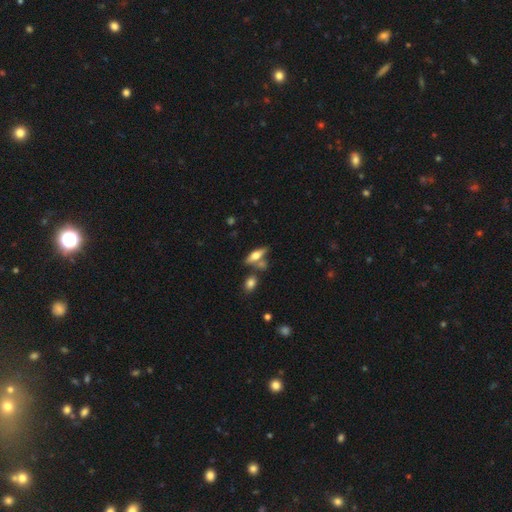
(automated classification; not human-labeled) smooth-or-featured: smooth: 47% | featured or disk: 44% | star or artifact: 8%
  merging: none: 65% | merger: 17% | minor disturbance: 13% | major disturbance: 4%